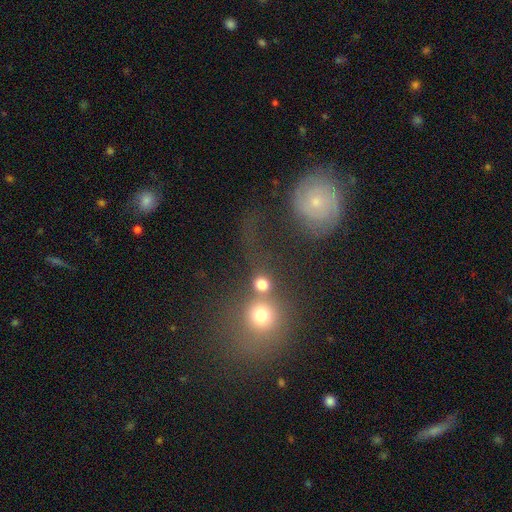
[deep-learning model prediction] Smooth or featured? smooth (47%)
Merging? none (49%)